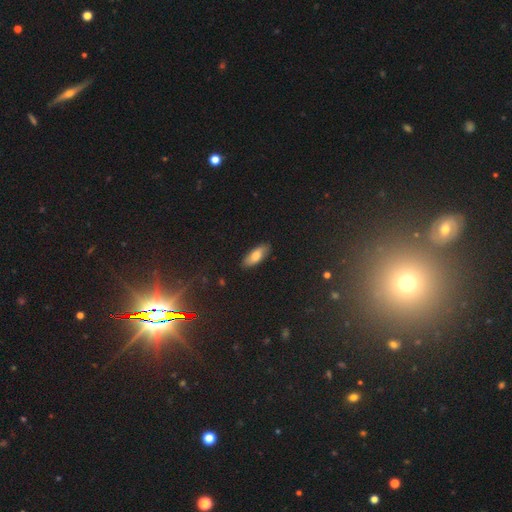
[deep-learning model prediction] The model was most divided on "smooth or featured": smooth: 72%, featured or disk: 20%, star or artifact: 8%. More confident: merging — none (86%); how rounded — in between (75%).